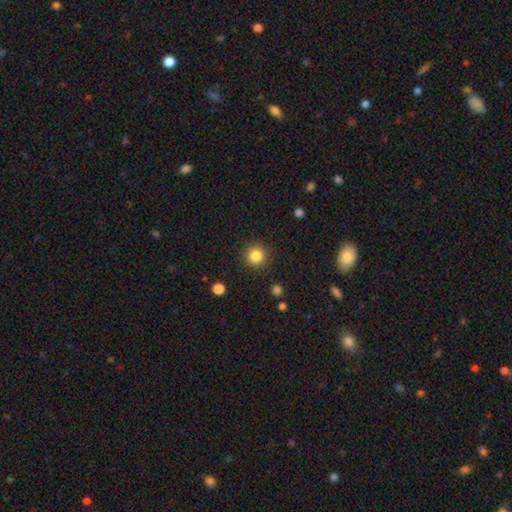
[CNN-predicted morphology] This appears to be a smooth galaxy with no disk features (84%) that is round (95%). Merging: none (90%).